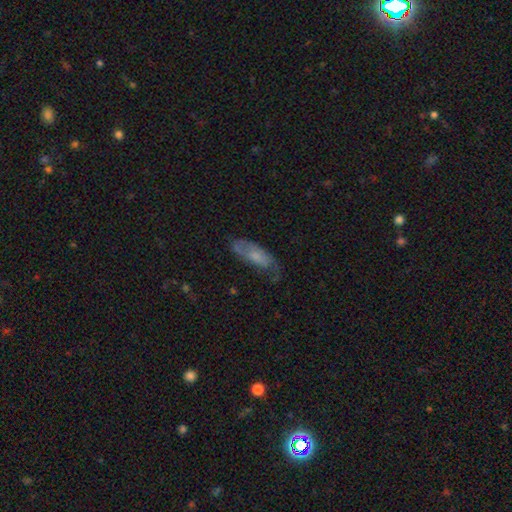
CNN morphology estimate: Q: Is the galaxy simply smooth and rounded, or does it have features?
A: featured or disk — 47%.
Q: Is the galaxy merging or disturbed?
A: none — 58%.